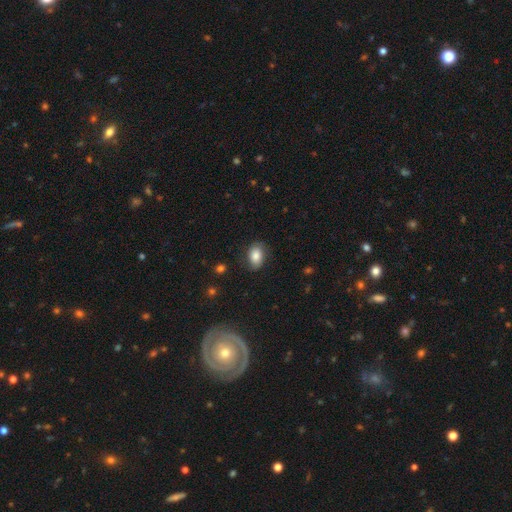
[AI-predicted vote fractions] This is clearly a smooth galaxy (82%). How rounded: clearly in between (85%). Merging: likely none (77%).